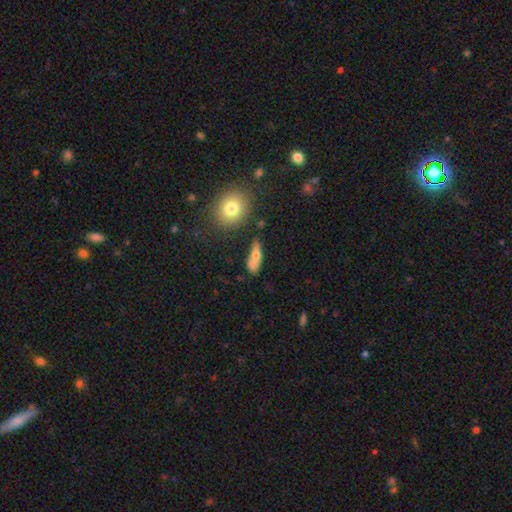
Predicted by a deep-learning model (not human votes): Overall: smooth (60%; featured or disk 29%). How rounded: in between (55%; cigar-shaped 31%). Merging: none (49%; merger 27%).